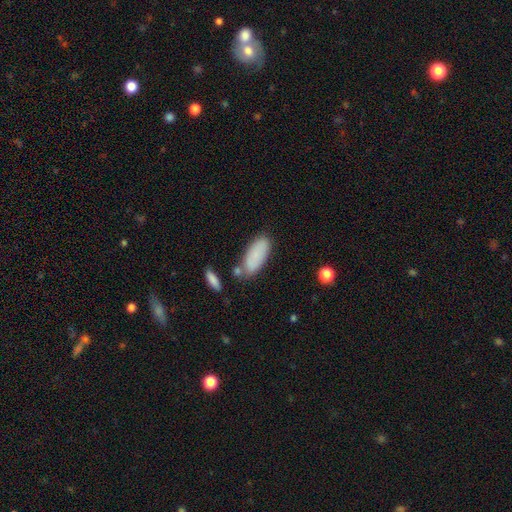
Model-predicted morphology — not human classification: Smooth or featured? Predicted: smooth (p=0.85). How rounded? Predicted: in between (p=0.84). Merging? Predicted: none (p=0.68).